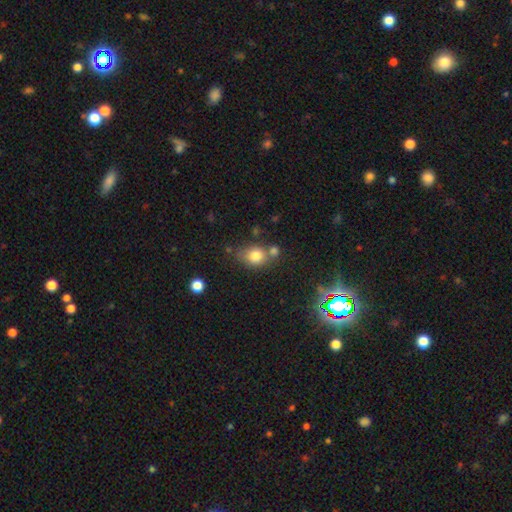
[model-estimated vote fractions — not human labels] Smooth or featured: smooth — 79% (star or artifact — 11%)
How rounded: round — 55% (in between — 44%)
Merging: none — 56% (merger — 23%)